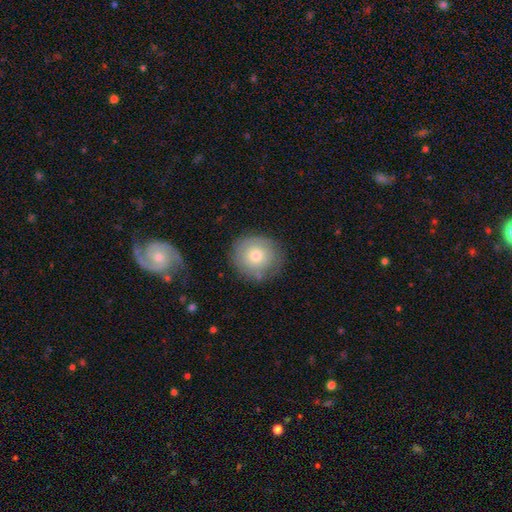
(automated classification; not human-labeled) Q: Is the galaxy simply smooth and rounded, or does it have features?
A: smooth — 67%.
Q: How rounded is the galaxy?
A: round — 89%.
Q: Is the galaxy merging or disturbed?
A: none — 78%.